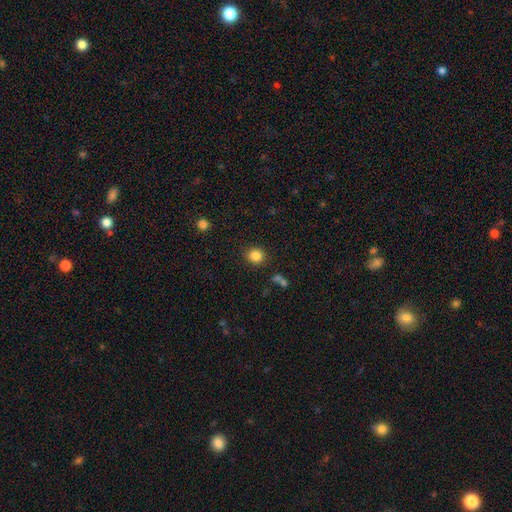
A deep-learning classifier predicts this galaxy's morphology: Smooth or featured: smooth — 85% (star or artifact — 11%)
How rounded: round — 82% (in between — 17%)
Merging: none — 86% (minor disturbance — 8%)